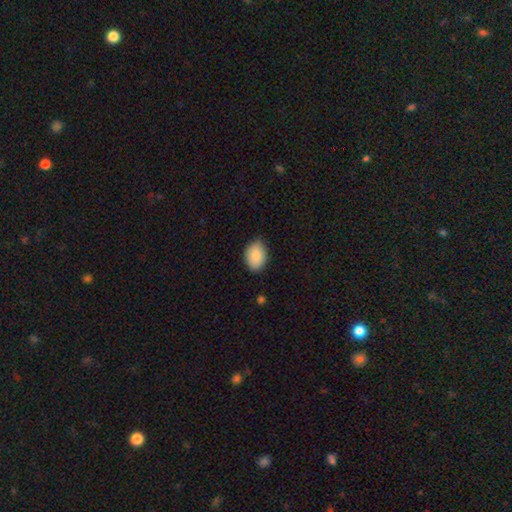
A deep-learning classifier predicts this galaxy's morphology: The model was most divided on "how rounded": in between: 81%, round: 18%, cigar-shaped: 1%. More confident: smooth or featured — smooth (86%); merging — none (81%).